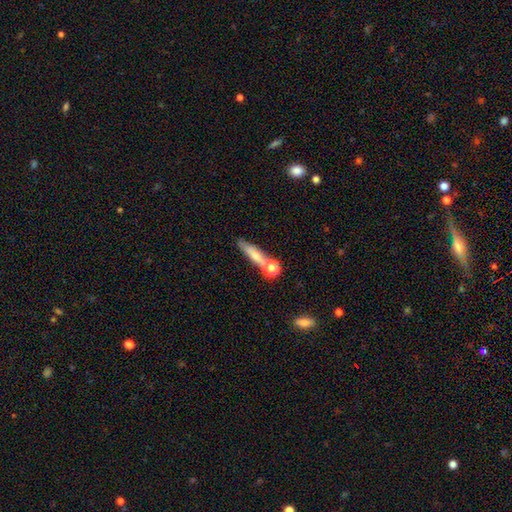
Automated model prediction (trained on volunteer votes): This appears to be a smooth galaxy with no disk features (60%) that is cigar-shaped (71%). Merging: none (57%).